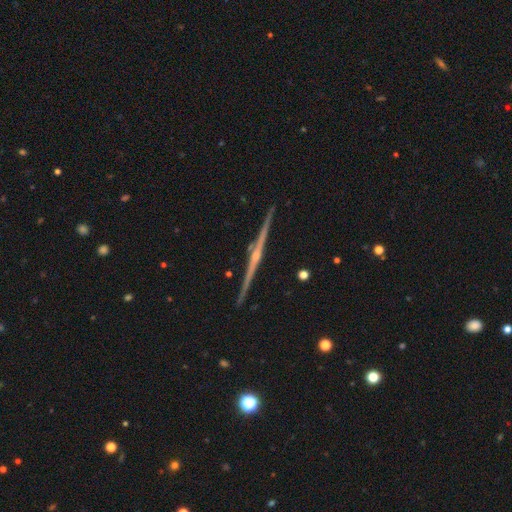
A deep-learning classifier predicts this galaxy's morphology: This is clearly a featured or disk galaxy (88%). It is clearly viewed edge-on (99%). Edge-on bulge: likely rounded (78%). Merging: clearly none (92%).